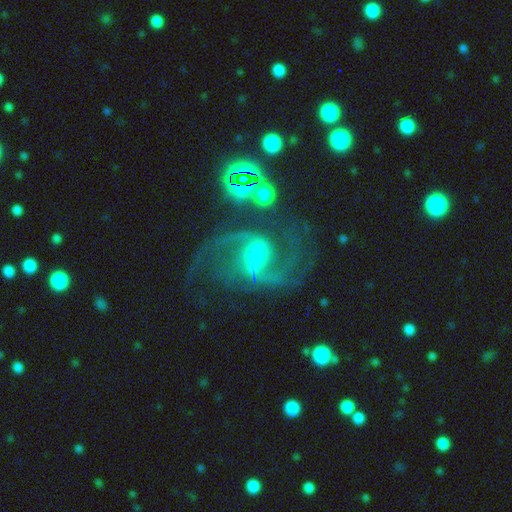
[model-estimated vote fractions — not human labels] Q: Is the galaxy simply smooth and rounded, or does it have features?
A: featured or disk — 89%.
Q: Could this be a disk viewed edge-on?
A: no — 98%.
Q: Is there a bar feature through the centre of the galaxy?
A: weak — 51%.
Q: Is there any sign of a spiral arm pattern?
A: yes — 97%.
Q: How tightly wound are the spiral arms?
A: medium — 49%.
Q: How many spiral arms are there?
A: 2 — 89%.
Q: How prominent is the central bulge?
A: small — 60%.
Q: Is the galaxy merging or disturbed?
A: none — 67%.